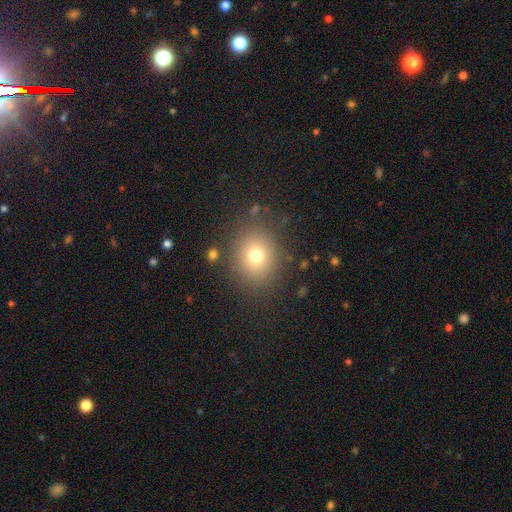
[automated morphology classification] A smooth galaxy with no disk features (73%) that is round (71%).

Vote fractions:
- Smooth or featured? smooth: 73% / star or artifact: 15% / featured or disk: 12%
- How rounded? round: 71% / in between: 28% / cigar-shaped: 1%
- Merging? none: 84% / minor disturbance: 9% / major disturbance: 5% / merger: 2%